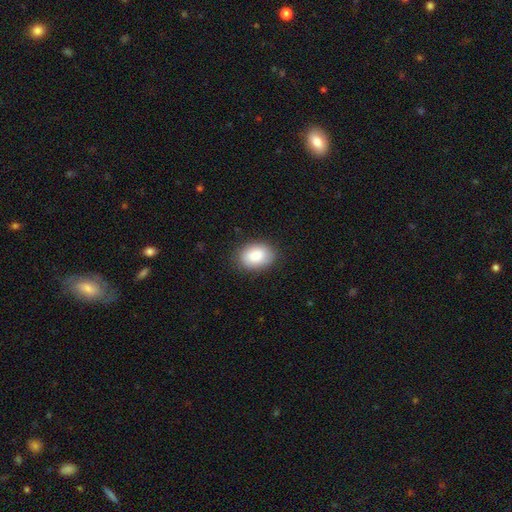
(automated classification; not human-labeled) A smooth galaxy with no disk features (86%) that is in between round and cigar-shaped (78%). Merging: none (84%).